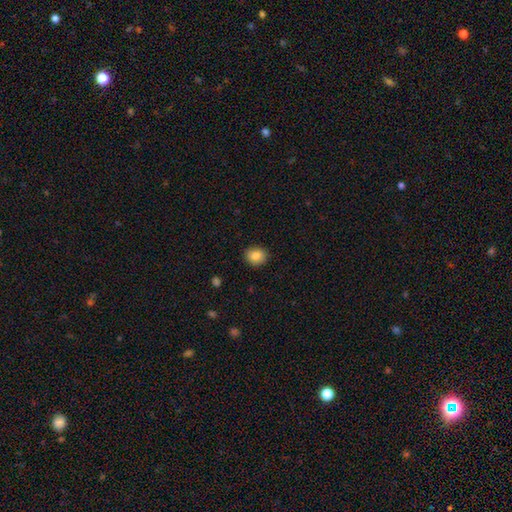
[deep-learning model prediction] smooth 84%, star or artifact 9%, featured or disk 7%. Down the decision tree: how rounded — round (72%); merging — none (89%).